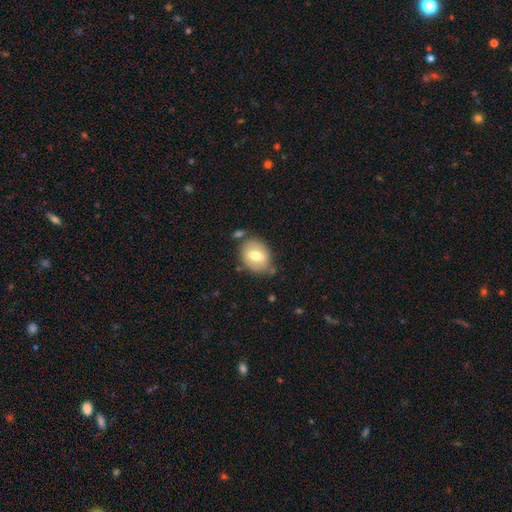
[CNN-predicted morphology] type=smooth (63%); roundness=in between (61%); merging=none (70%).